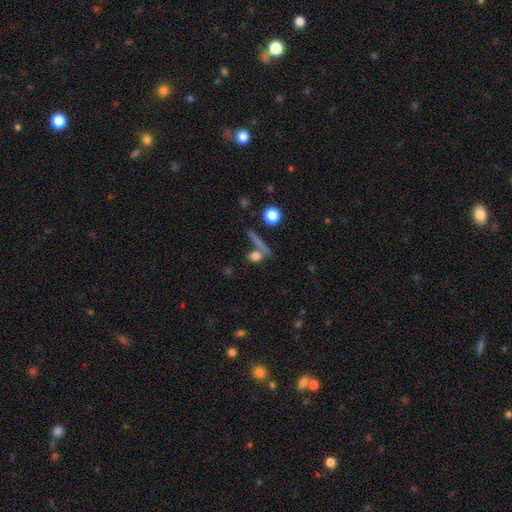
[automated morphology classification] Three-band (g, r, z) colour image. It shows a smooth galaxy with no disk features (72%) that is round (44%). Merging: none (56%).